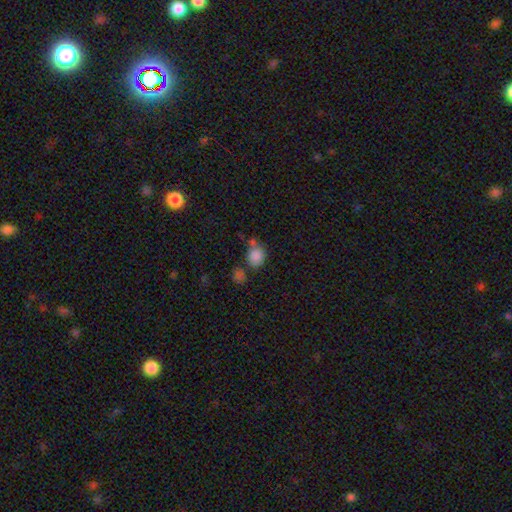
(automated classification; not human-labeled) Smooth or featured?
  - smooth: 83% *
  - star or artifact: 11%
  - featured or disk: 6%
How rounded?
  - round: 70% *
  - in between: 29%
  - cigar-shaped: 1%
Merging?
  - none: 53% *
  - merger: 25%
  - minor disturbance: 16%
  - major disturbance: 6%